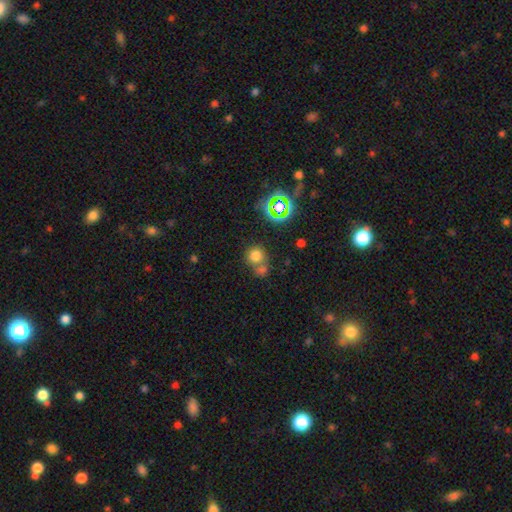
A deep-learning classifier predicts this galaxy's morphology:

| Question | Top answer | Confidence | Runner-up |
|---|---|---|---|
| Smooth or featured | smooth | 73% | star or artifact (19%) |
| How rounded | round | 87% | in between (12%) |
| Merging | none | 52% | merger (35%) |